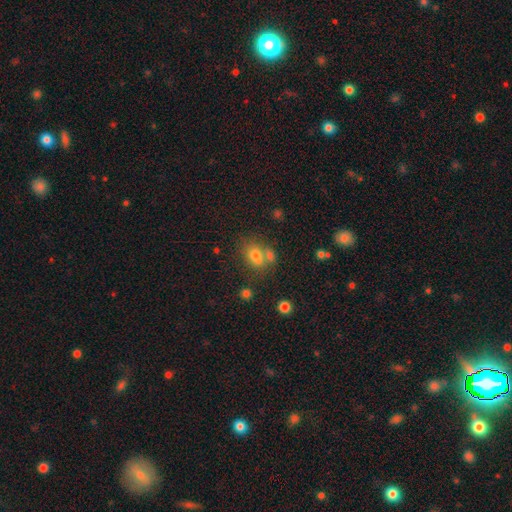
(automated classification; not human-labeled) Overall: smooth (72%). How rounded: in between (63%; round 35%). Merging: none (46%; merger 36%).